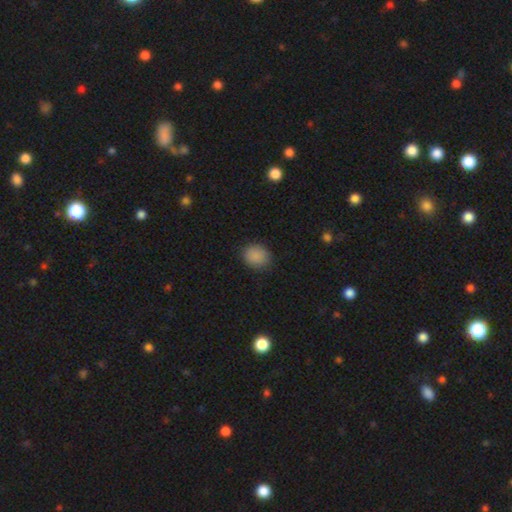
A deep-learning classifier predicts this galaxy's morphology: Smooth or featured: smooth — 87% (star or artifact — 9%)
How rounded: round — 67% (in between — 32%)
Merging: none — 85% (minor disturbance — 11%)